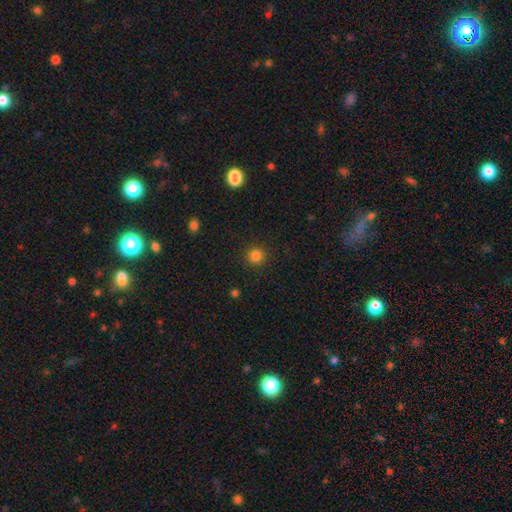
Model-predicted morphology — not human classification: Smooth or featured?
  - smooth: 83% *
  - star or artifact: 13%
  - featured or disk: 4%
How rounded?
  - round: 94% *
  - in between: 5%
  - cigar-shaped: 1%
Merging?
  - none: 92% *
  - minor disturbance: 5%
  - major disturbance: 2%
  - merger: 1%